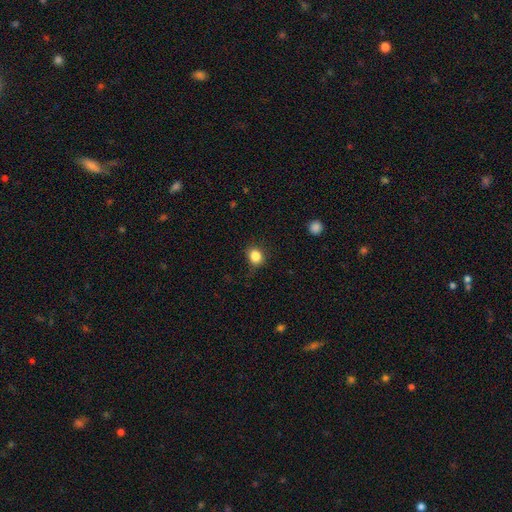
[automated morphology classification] The model was most divided on "how rounded": round: 72%, in between: 27%, cigar-shaped: 1%. More confident: smooth or featured — smooth (85%); merging — none (79%).